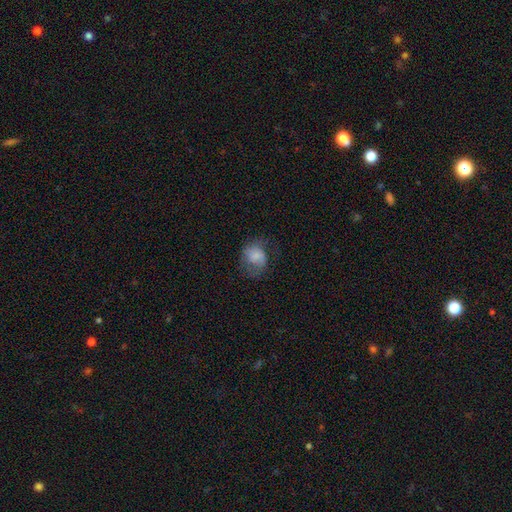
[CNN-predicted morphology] smooth-or-featured: smooth: 69% | featured or disk: 21% | star or artifact: 9%
  how-rounded: round: 57% | in between: 42% | cigar-shaped: 1%
  merging: none: 48% | minor disturbance: 26% | major disturbance: 24% | merger: 1%